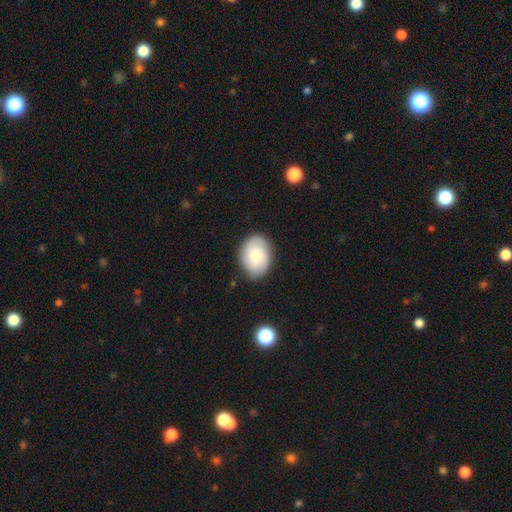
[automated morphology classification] This is likely a smooth galaxy (62%). How rounded: likely in between (72%). Merging: clearly none (82%).